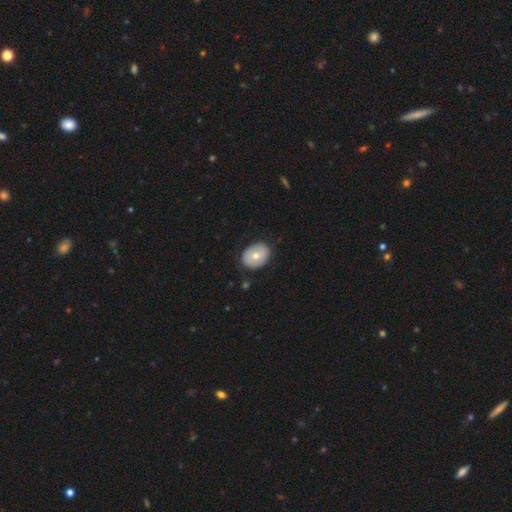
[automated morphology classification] Smooth or featured: smooth — 65% (featured or disk — 28%)
How rounded: in between — 64% (round — 35%)
Merging: none — 83% (minor disturbance — 13%)